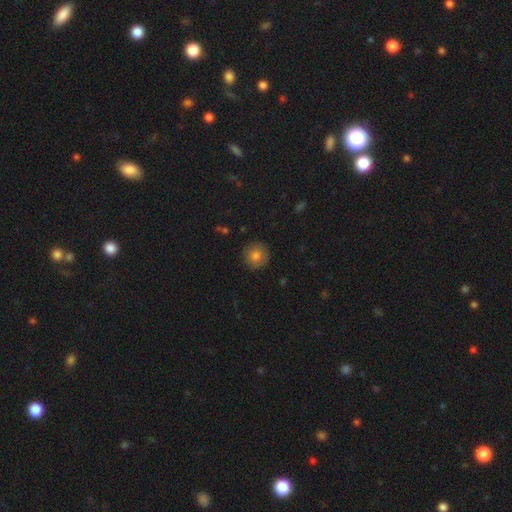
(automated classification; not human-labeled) The model was most divided on "smooth or featured": smooth: 79%, featured or disk: 11%, star or artifact: 10%. More confident: how rounded — round (95%); merging — none (89%).